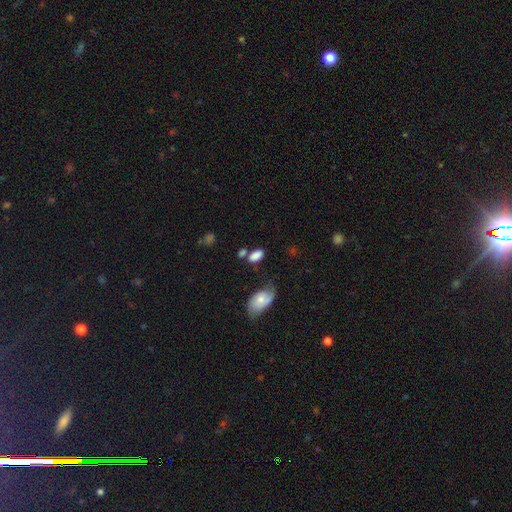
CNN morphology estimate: Smooth or featured? smooth (82%)
How rounded? in between (90%)
Merging? none (54%)